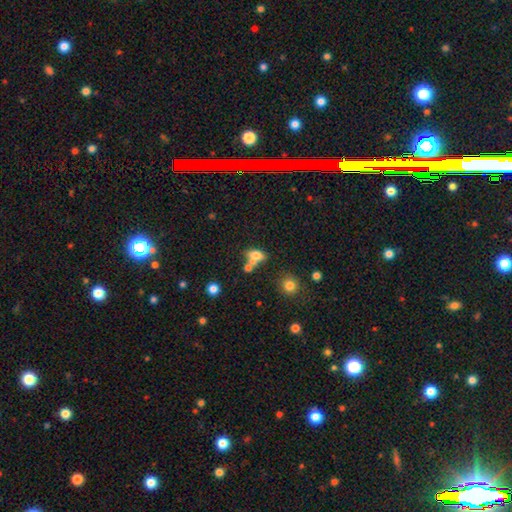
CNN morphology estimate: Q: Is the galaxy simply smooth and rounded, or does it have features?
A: smooth — 69%.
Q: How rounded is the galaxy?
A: in between — 77%.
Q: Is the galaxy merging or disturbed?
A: merger — 44%.